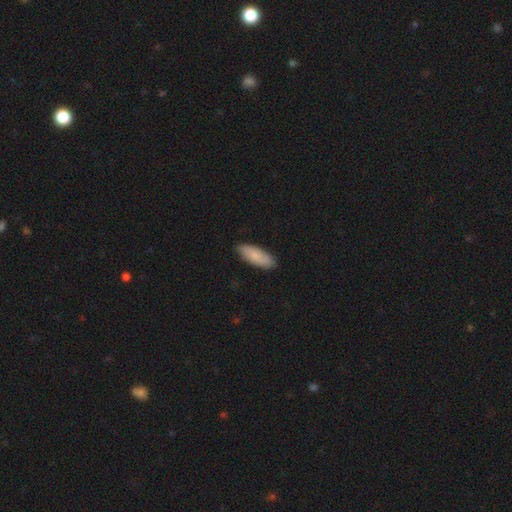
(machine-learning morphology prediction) This appears to be a smooth galaxy with no disk features (83%) that is in between round and cigar-shaped (71%). Merging: none (86%).